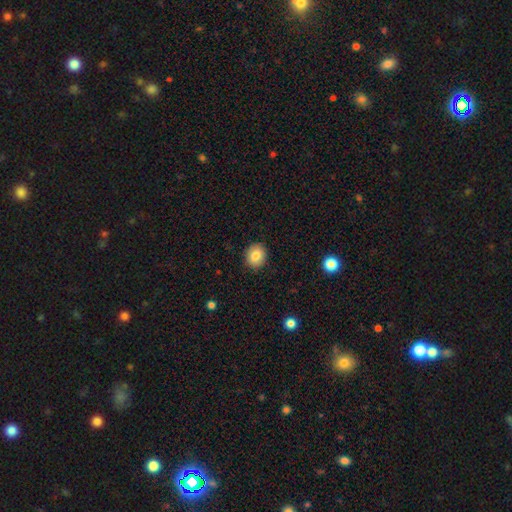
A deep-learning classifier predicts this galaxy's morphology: This appears to be a smooth galaxy with no disk features (83%) that is round (68%). Merging: none (91%).